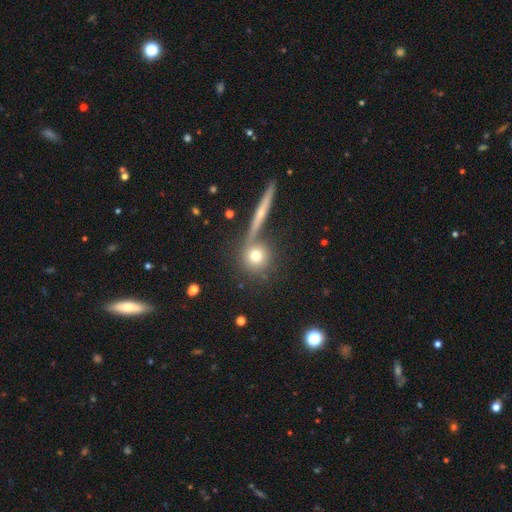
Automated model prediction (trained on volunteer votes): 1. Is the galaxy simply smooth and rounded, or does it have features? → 71% smooth, 17% featured or disk, 12% star or artifact.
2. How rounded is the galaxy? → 89% round, 7% in between, 4% cigar-shaped.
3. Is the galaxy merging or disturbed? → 71% none, 15% merger, 10% minor disturbance, 4% major disturbance.